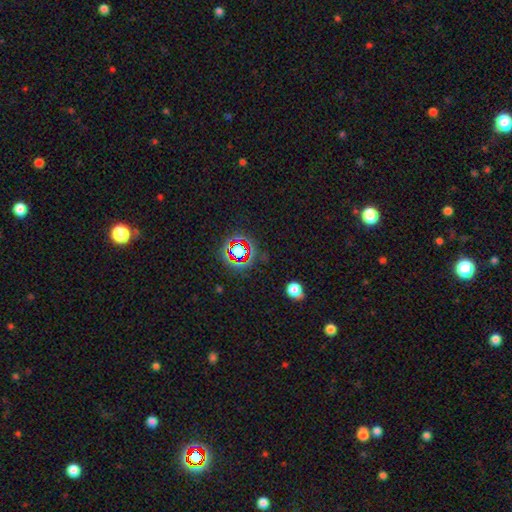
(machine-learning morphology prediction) Overall: star or artifact (75%).